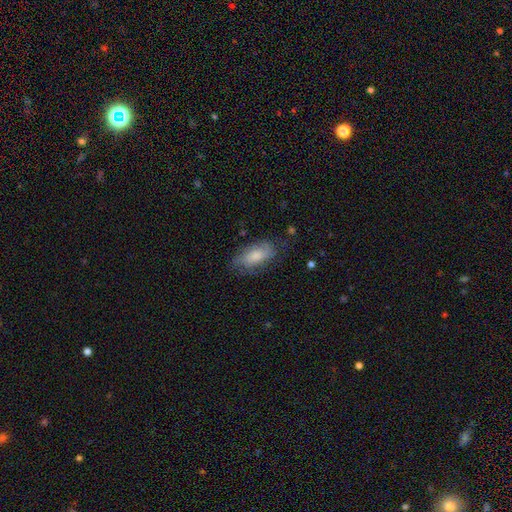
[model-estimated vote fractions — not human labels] This is likely a smooth galaxy (64%). How rounded: clearly in between (88%). Merging: likely none (65%).